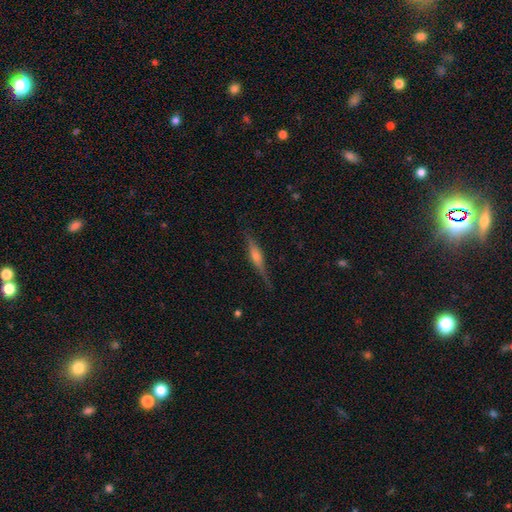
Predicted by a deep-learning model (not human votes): This is likely a featured or disk galaxy (69%). It is clearly viewed edge-on (97%). Edge-on bulge: likely rounded (68%). Merging: clearly none (83%).